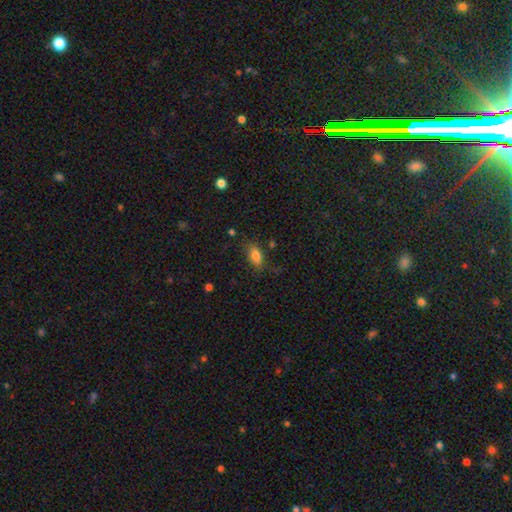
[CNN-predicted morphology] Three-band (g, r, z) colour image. It shows a smooth galaxy with no disk features (81%) that is in between round and cigar-shaped (87%). Merging: none (75%).